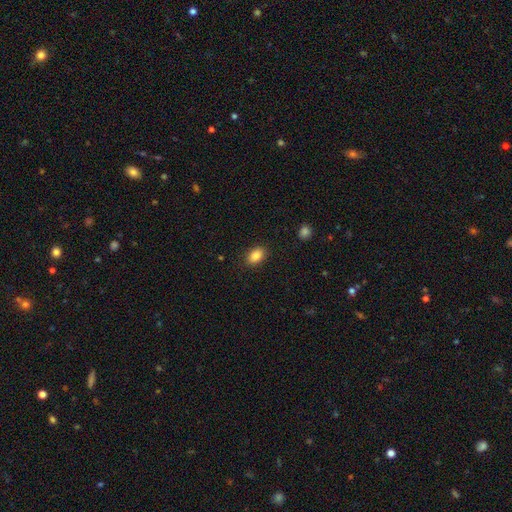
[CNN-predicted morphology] Smooth or featured: smooth — 86% (star or artifact — 9%)
How rounded: in between — 84% (round — 14%)
Merging: none — 87% (minor disturbance — 9%)